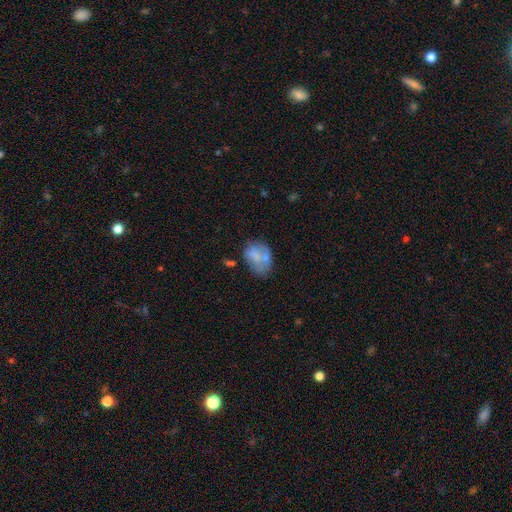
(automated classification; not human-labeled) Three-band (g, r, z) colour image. It shows a smooth galaxy with no disk features (60%) that is in between round and cigar-shaped (71%). Merging: none (37%).